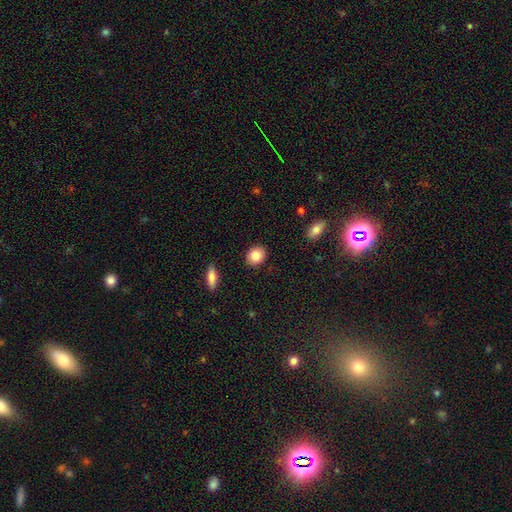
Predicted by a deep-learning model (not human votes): smooth-or-featured: smooth: 84% | star or artifact: 8% | featured or disk: 8%
  how-rounded: round: 62% | in between: 37% | cigar-shaped: 1%
  merging: none: 90% | minor disturbance: 6% | major disturbance: 2% | merger: 1%